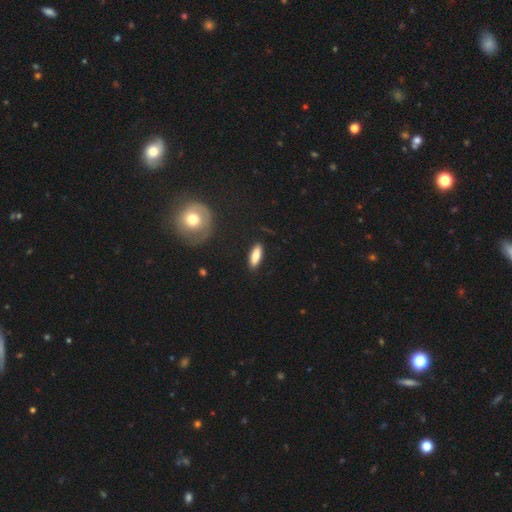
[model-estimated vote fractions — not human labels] Smooth or featured: smooth — 79% (featured or disk — 15%)
How rounded: in between — 57% (cigar-shaped — 40%)
Merging: none — 86% (minor disturbance — 10%)